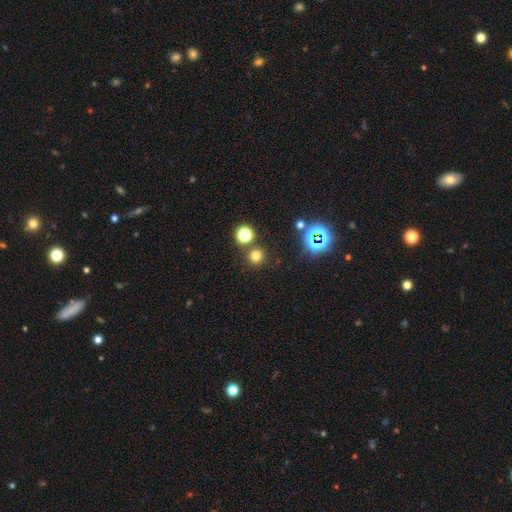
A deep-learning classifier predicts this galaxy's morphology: smooth-or-featured: smooth: 70% | star or artifact: 24% | featured or disk: 6%
  how-rounded: round: 95% | in between: 4% | cigar-shaped: 1%
  merging: none: 83% | merger: 9% | minor disturbance: 6% | major disturbance: 3%